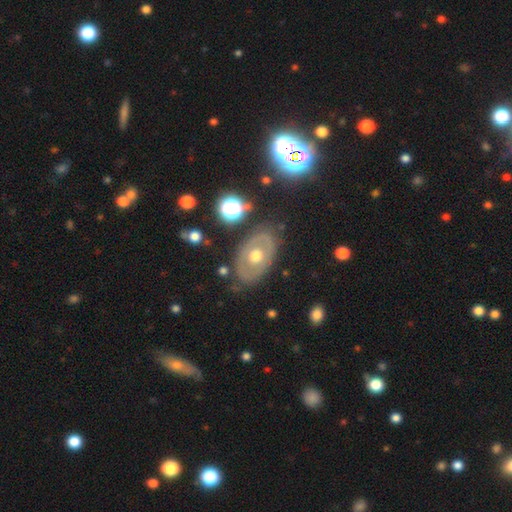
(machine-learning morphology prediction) type=featured or disk (58%); edge-on=no (90%); bar=no (90%); spiral arms=no (82%); bulge=moderate (78%); merging=none (78%).